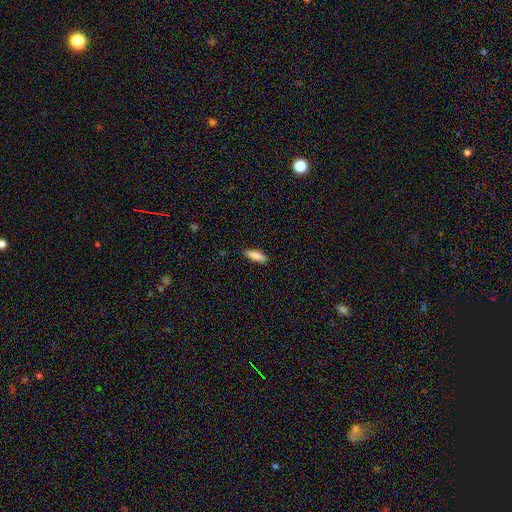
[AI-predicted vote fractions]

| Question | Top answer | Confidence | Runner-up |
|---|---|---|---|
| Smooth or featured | smooth | 85% | featured or disk (9%) |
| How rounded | cigar-shaped | 55% | in between (44%) |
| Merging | none | 87% | minor disturbance (10%) |